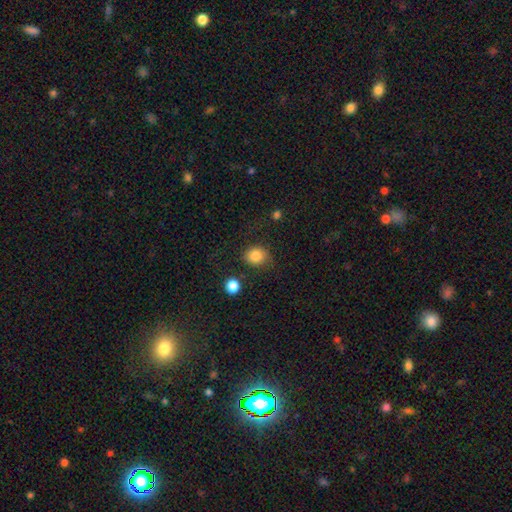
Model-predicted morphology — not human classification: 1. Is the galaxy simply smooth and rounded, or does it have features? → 84% smooth, 11% star or artifact, 5% featured or disk.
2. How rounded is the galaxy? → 71% round, 28% in between, 1% cigar-shaped.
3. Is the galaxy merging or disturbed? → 77% none, 14% minor disturbance, 5% major disturbance, 3% merger.